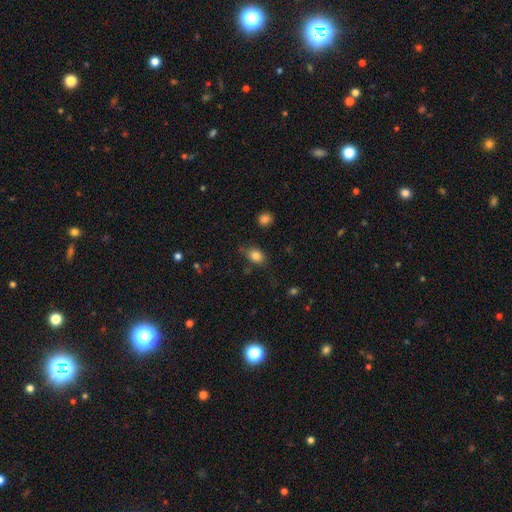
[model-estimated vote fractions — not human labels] Q: Smooth or featured?
A: smooth (83%); runner-up: star or artifact (10%)
Q: How rounded?
A: in between (73%); runner-up: round (26%)
Q: Merging?
A: none (75%); runner-up: minor disturbance (18%)